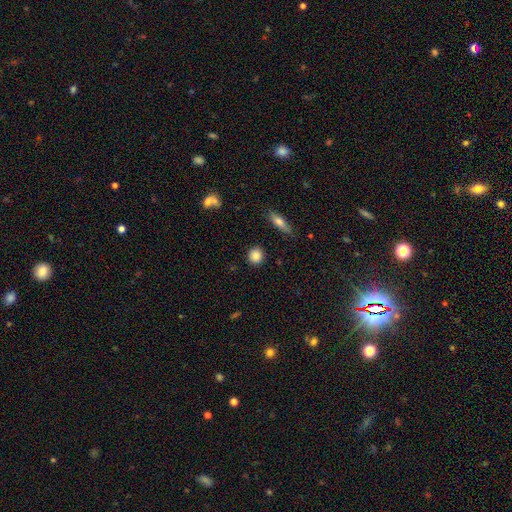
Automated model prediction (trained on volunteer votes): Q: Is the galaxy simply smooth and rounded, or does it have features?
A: smooth — 85%.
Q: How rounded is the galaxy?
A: round — 87%.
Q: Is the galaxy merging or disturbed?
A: none — 89%.